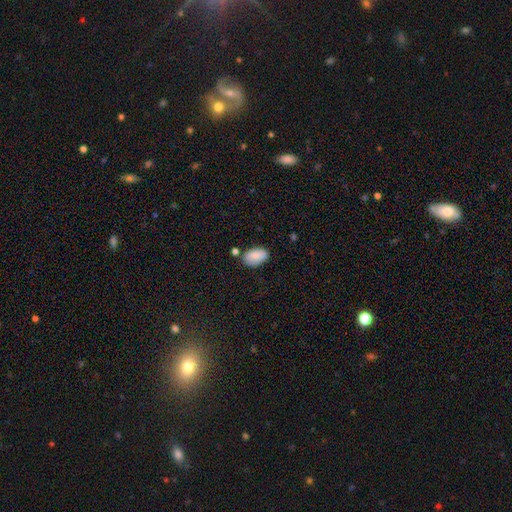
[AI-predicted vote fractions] smooth 85%, featured or disk 8%, star or artifact 7%. Down the decision tree: how rounded — in between (93%); merging — none (71%).